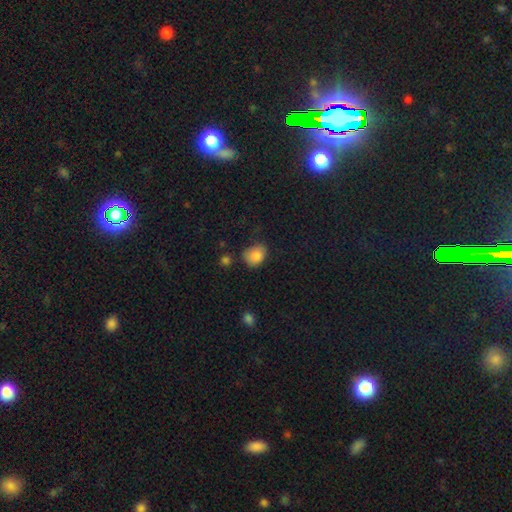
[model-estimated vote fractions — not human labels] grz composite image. It shows a smooth galaxy with no disk features (85%) that is in between round and cigar-shaped (57%). Merging: none (60%).